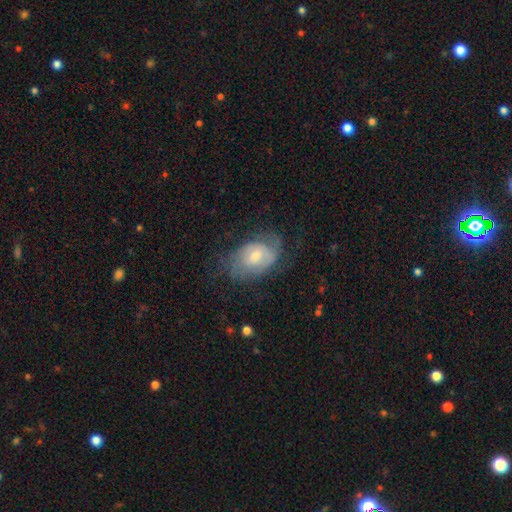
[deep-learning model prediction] Morphology: type=featured or disk (54%); edge-on=no (95%); bar=no (53%); spiral arms=yes (69%); bulge=moderate (52%); merging=none (56%).